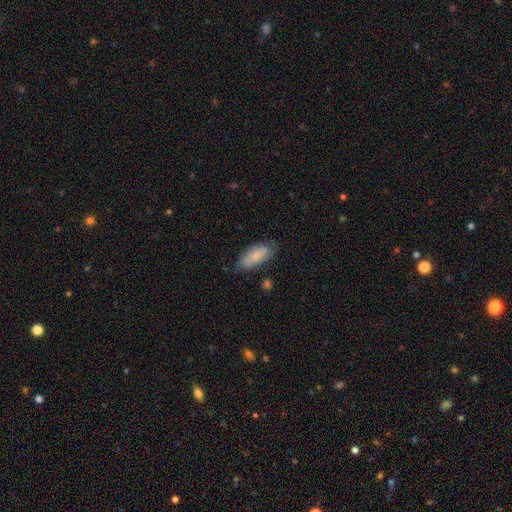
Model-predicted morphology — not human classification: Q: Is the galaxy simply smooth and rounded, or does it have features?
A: smooth — 77%.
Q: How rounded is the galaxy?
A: in between — 84%.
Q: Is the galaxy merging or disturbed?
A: none — 74%.